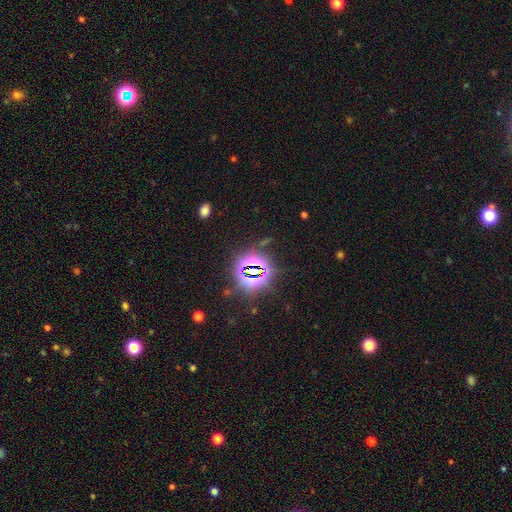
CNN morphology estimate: A star or artifact, not a galaxy (81%).